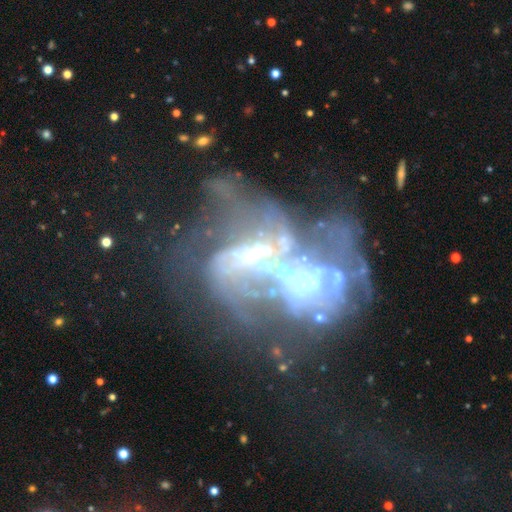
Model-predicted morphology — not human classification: type=featured or disk (73%); edge-on=no (97%); bar=no (63%); spiral arms=no (55%); bulge=none (35%); merging=merger (54%).